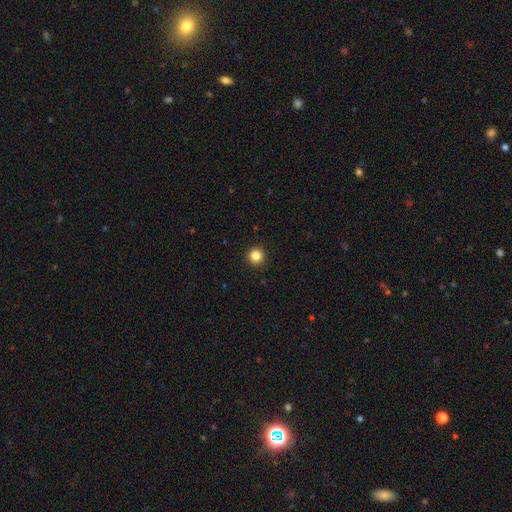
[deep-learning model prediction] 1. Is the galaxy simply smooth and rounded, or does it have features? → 84% smooth, 12% star or artifact, 4% featured or disk.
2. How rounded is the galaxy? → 96% round, 3% in between, 1% cigar-shaped.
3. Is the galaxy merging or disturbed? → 93% none, 4% minor disturbance, 1% major disturbance, 1% merger.